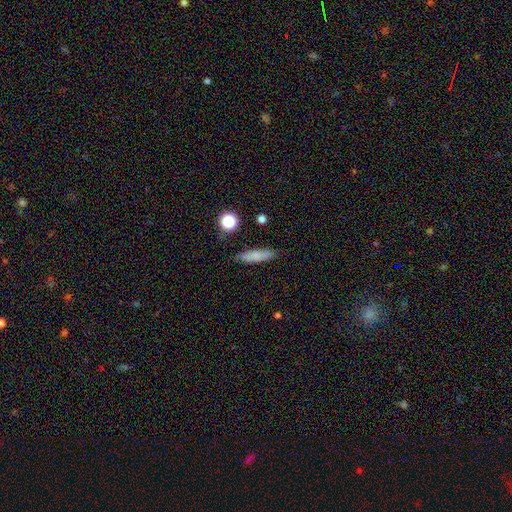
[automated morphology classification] Smooth or featured?
  - smooth: 78% *
  - featured or disk: 13%
  - star or artifact: 9%
How rounded?
  - cigar-shaped: 71% *
  - in between: 26%
  - round: 3%
Merging?
  - none: 85% *
  - minor disturbance: 11%
  - major disturbance: 3%
  - merger: 2%